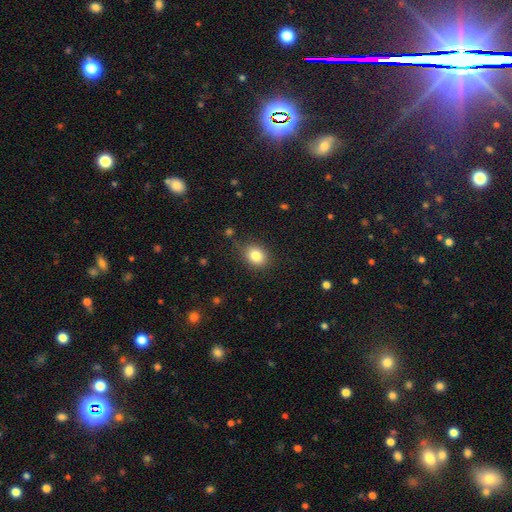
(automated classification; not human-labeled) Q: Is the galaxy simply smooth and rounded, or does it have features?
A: smooth — 82%.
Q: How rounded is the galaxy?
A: round — 54%.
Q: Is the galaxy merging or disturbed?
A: none — 80%.